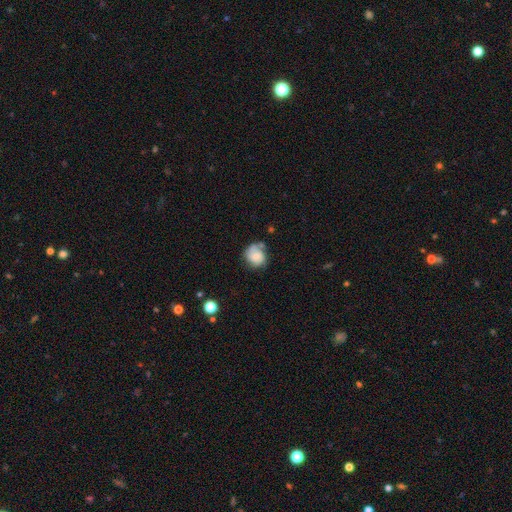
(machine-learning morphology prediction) A smooth galaxy with no disk features (58%) that is round (73%).

Vote fractions:
- Smooth or featured? smooth: 58% / featured or disk: 33% / star or artifact: 9%
- How rounded? round: 73% / in between: 26% / cigar-shaped: 1%
- Merging? none: 51% / minor disturbance: 28% / major disturbance: 12% / merger: 9%